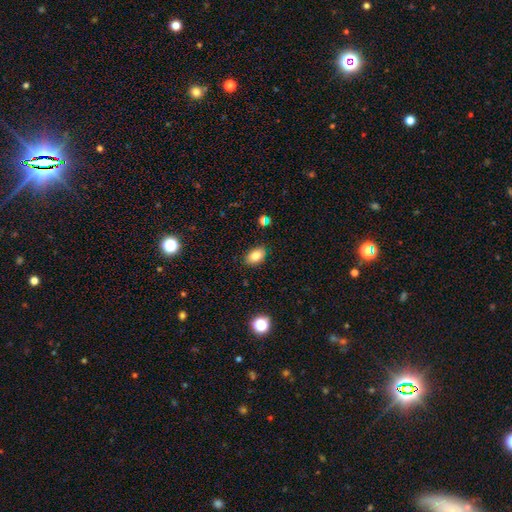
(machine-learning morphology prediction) Smooth or featured?
  - smooth: 82% *
  - star or artifact: 9%
  - featured or disk: 8%
How rounded?
  - in between: 87% *
  - round: 11%
  - cigar-shaped: 2%
Merging?
  - none: 86% *
  - minor disturbance: 11%
  - major disturbance: 2%
  - merger: 2%